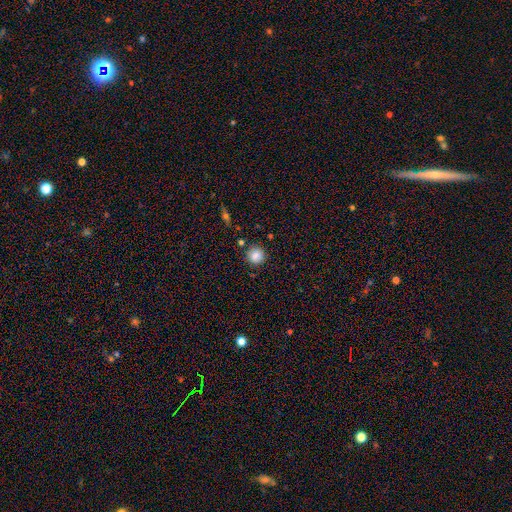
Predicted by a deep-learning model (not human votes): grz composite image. It shows a smooth galaxy with no disk features (86%) that is round (94%). Merging: none (87%).